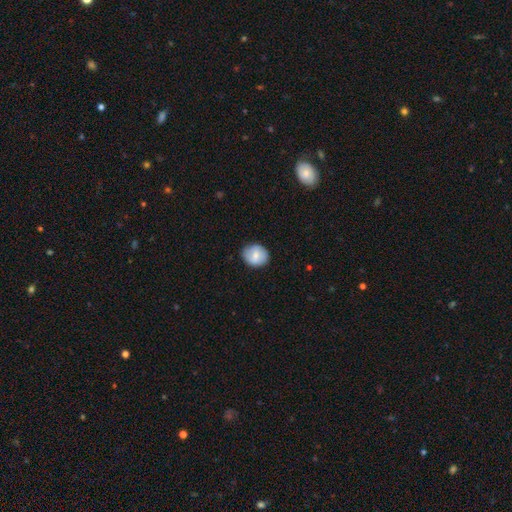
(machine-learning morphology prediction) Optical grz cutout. It shows a smooth galaxy with no disk features (72%) that is round (73%). Merging: none (84%).